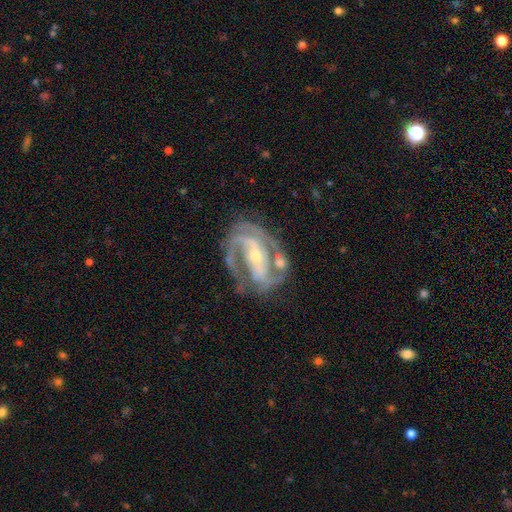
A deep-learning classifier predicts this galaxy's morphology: Smooth or featured? Predicted: featured or disk (p=0.90). Edge-on disk? Predicted: no (p=0.97). Bar? Predicted: strong (p=0.47). Spiral arms? Predicted: yes (p=0.97). Spiral winding? Predicted: medium (p=0.49). Spiral arm count? Predicted: 2 (p=0.66). Bulge size? Predicted: small (p=0.64). Merging? Predicted: none (p=0.60).